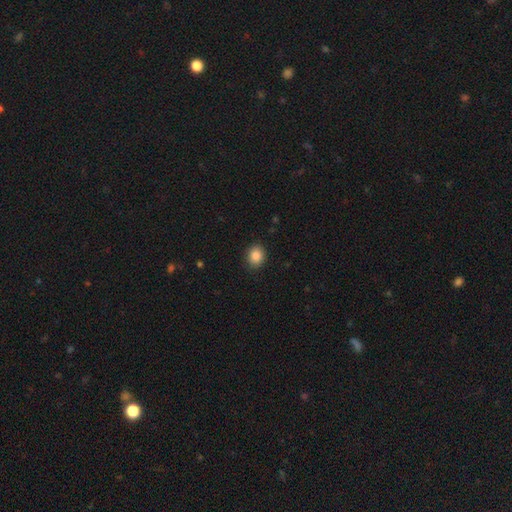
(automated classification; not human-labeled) Overall: smooth (87%). How rounded: round (53%; in between 46%). Merging: none (89%).